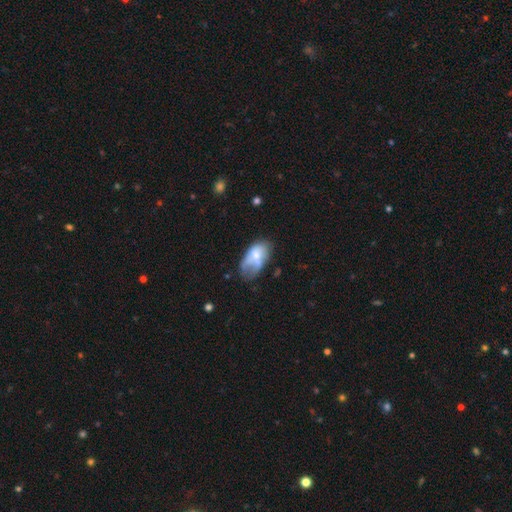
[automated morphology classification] This is possibly a smooth galaxy (59%). How rounded: clearly in between (91%). Merging: marginally minor disturbance (31%).